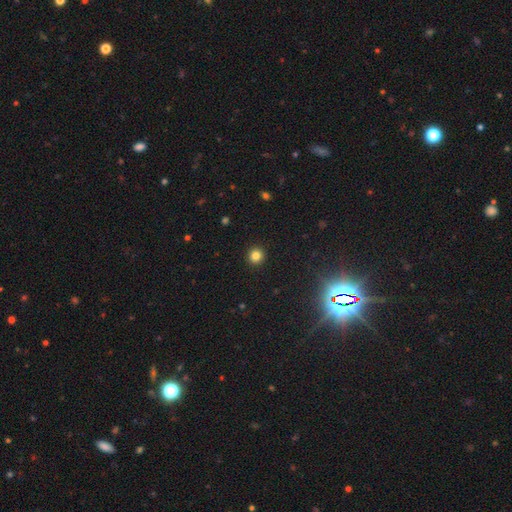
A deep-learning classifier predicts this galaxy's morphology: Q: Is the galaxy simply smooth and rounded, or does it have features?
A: smooth — 81%.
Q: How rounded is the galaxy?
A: round — 91%.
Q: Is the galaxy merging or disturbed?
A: none — 93%.